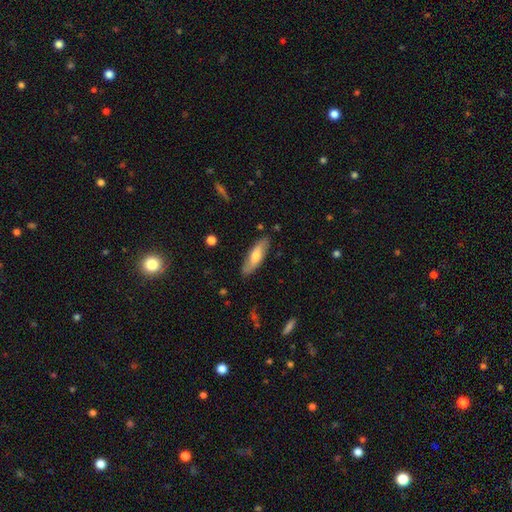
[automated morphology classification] smooth_or_featured: smooth (p=0.60) [alt: featured or disk p=0.34]
how_rounded: cigar-shaped (p=0.53) [alt: in between p=0.45]
merging: none (p=0.84) [alt: minor disturbance p=0.13]